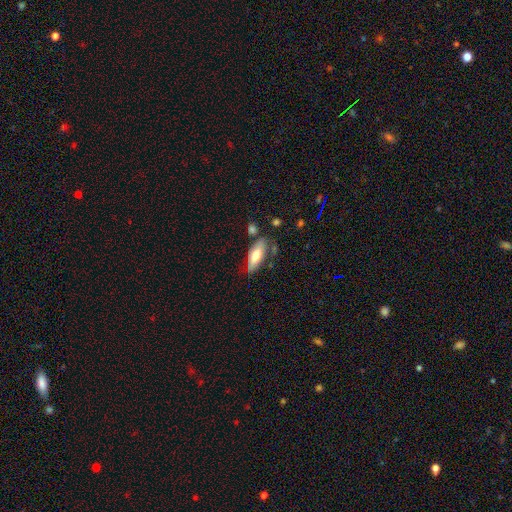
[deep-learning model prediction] Smooth or featured? smooth (65%)
How rounded? in between (75%)
Merging? none (63%)